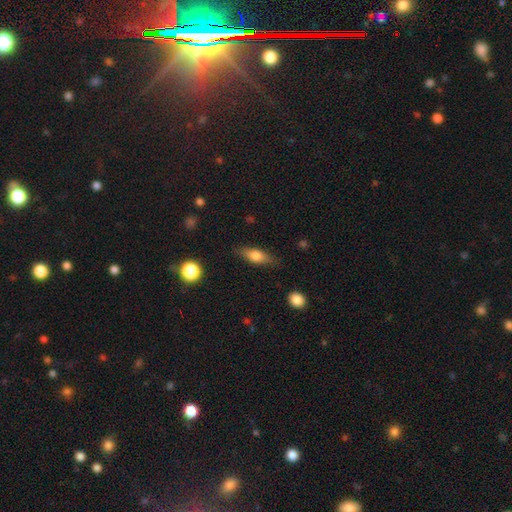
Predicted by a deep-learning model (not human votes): Smooth or featured? Predicted: smooth (p=0.65). How rounded? Predicted: in between (p=0.63). Merging? Predicted: none (p=0.80).